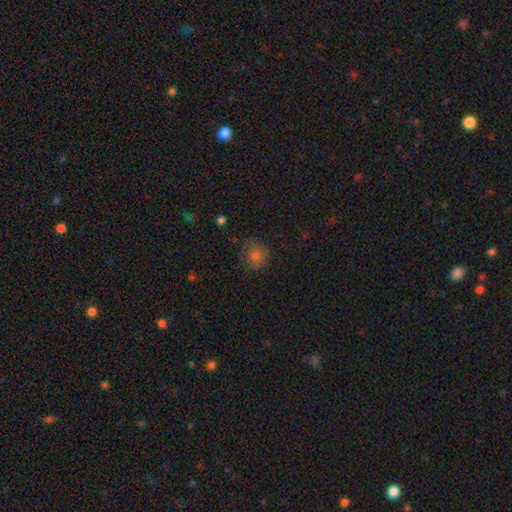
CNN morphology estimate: A smooth galaxy with no disk features (70%) that is round (84%).

Vote fractions:
- Smooth or featured? smooth: 70% / star or artifact: 16% / featured or disk: 14%
- How rounded? round: 84% / in between: 15% / cigar-shaped: 1%
- Merging? none: 79% / minor disturbance: 15% / major disturbance: 4% / merger: 1%